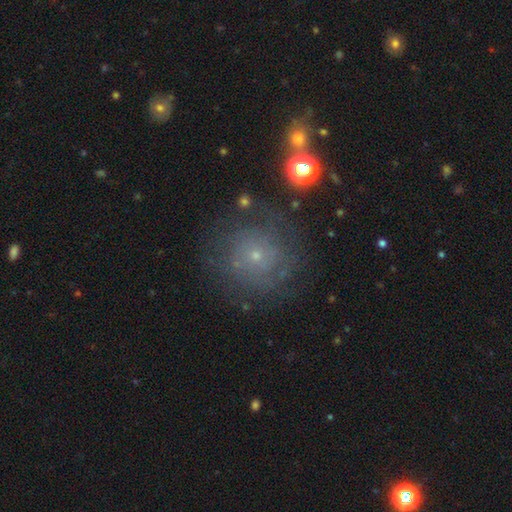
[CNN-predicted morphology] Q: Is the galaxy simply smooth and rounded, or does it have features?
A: smooth — 41%.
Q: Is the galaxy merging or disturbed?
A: none — 76%.